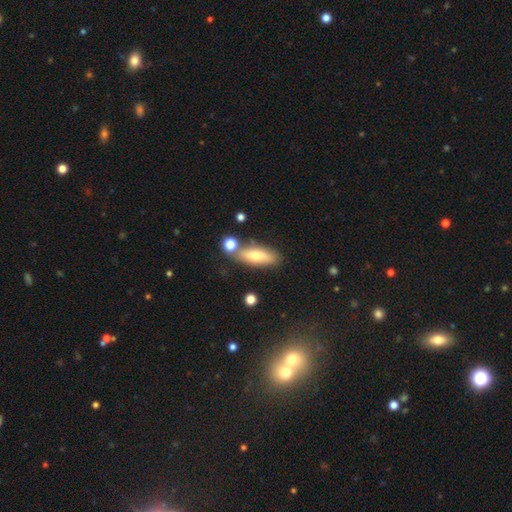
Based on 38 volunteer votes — Smooth or featured? smooth (61%)
How rounded? in between (70%)
Merging? none (89%)